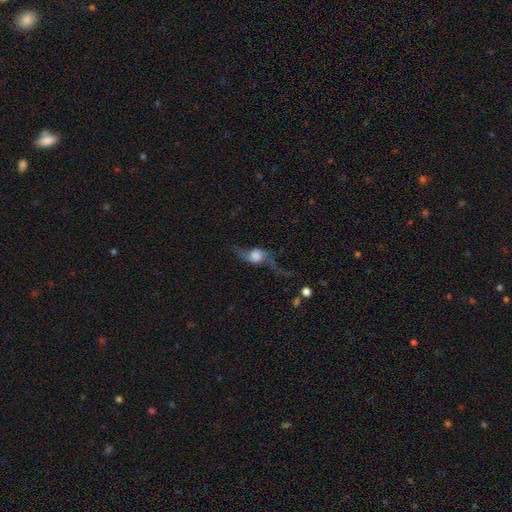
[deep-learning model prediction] Smooth or featured? Predicted: featured or disk (p=0.70). Edge-on disk? Predicted: no (p=0.73). Bar? Predicted: no (p=0.66). Spiral arms? Predicted: yes (p=0.88). Bulge size? Predicted: large (p=0.39). Merging? Predicted: none (p=0.54).